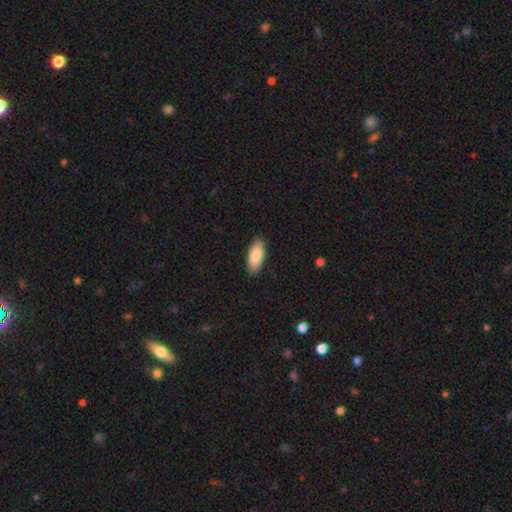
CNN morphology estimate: Q: Smooth or featured?
A: smooth (86%); runner-up: featured or disk (8%)
Q: How rounded?
A: in between (86%); runner-up: cigar-shaped (12%)
Q: Merging?
A: none (88%); runner-up: minor disturbance (9%)